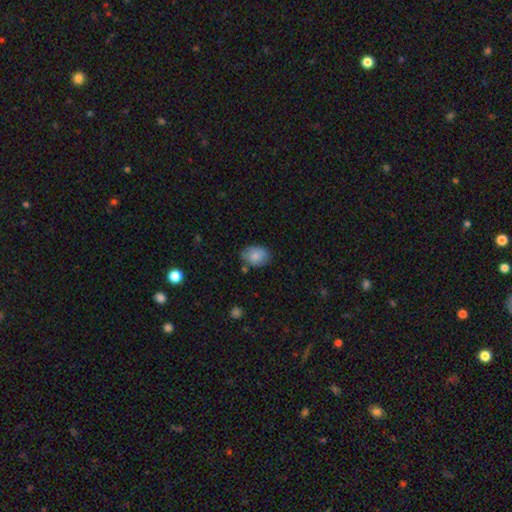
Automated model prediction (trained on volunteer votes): This is clearly a smooth galaxy (82%). How rounded: likely in between (76%). Merging: likely none (71%).